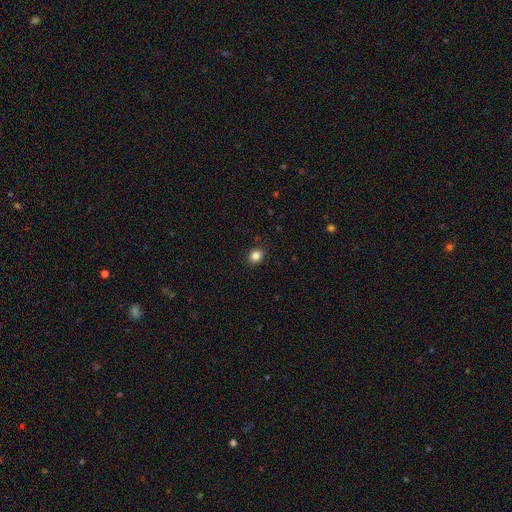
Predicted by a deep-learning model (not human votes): A smooth galaxy with no disk features (84%) that is round (58%). Merging: none (90%).